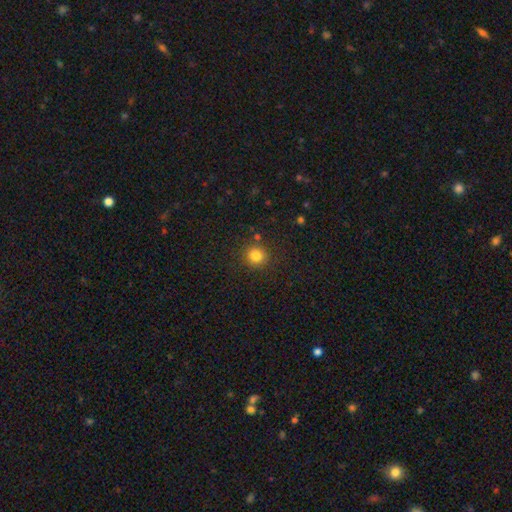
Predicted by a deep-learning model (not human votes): Smooth or featured? smooth (82%)
How rounded? round (92%)
Merging? none (88%)